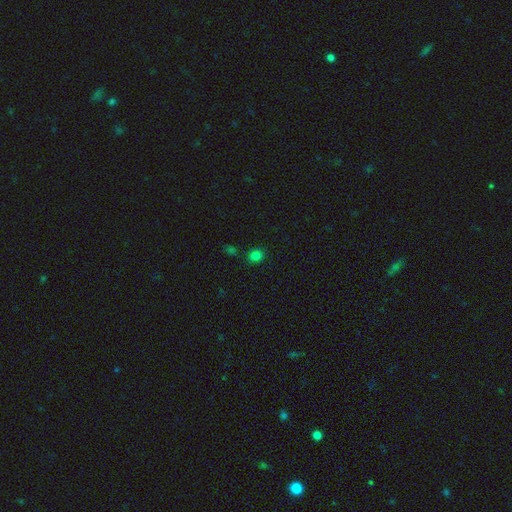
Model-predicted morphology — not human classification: Smooth or featured? smooth (79%)
How rounded? round (72%)
Merging? none (85%)